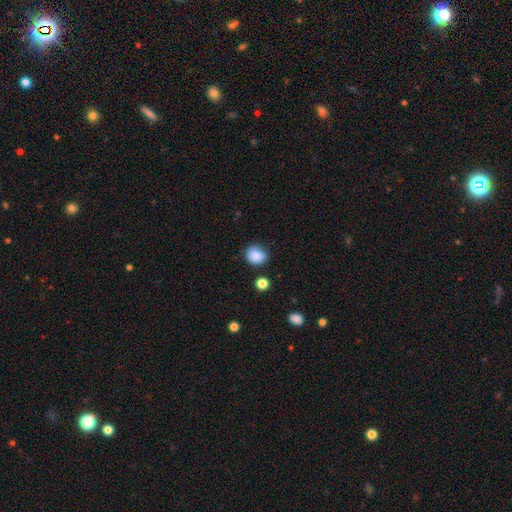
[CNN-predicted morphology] This appears to be a smooth galaxy with no disk features (86%) that is round (77%). Merging: none (72%).